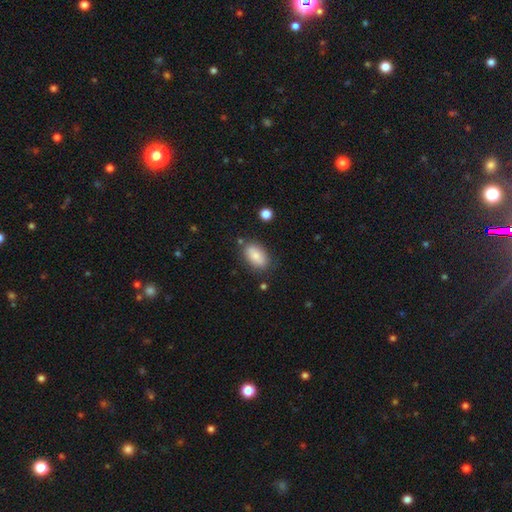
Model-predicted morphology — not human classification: type=smooth (83%); roundness=in between (92%); merging=none (79%).